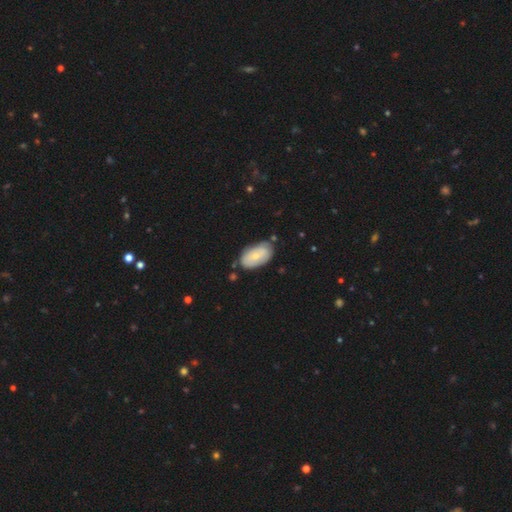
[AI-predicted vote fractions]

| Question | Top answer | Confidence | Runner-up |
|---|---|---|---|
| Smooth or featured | smooth | 65% | featured or disk (30%) |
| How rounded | in between | 94% | round (4%) |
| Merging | none | 69% | minor disturbance (22%) |